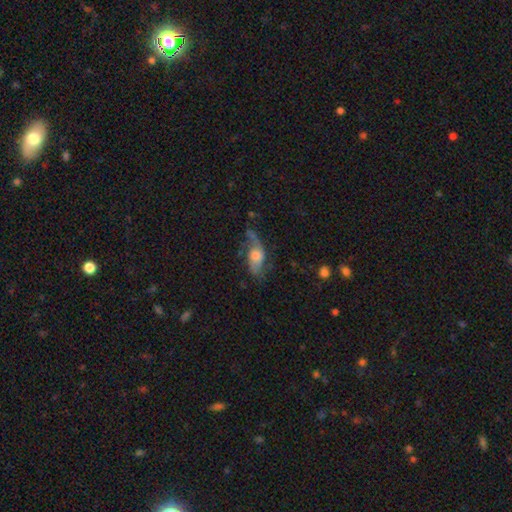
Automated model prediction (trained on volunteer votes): Overall: featured or disk (59%; smooth 32%). Edge-on disk: no (87%). Bar: no (73%). Spiral arms: yes (80%). Bulge size: moderate (52%; small 24%). Merging: none (47%; minor disturbance 26%).